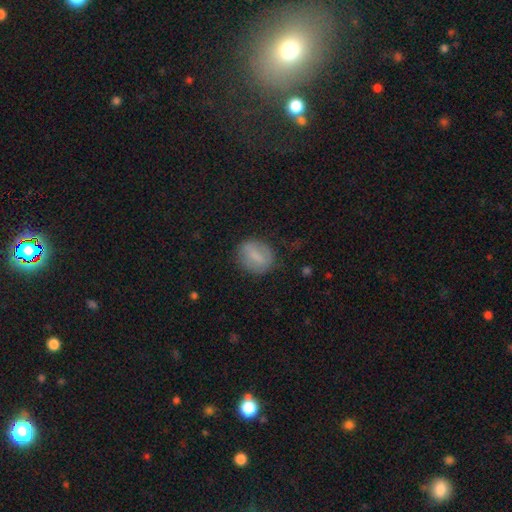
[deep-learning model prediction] Smooth or featured? smooth (68%)
How rounded? in between (52%)
Merging? none (78%)